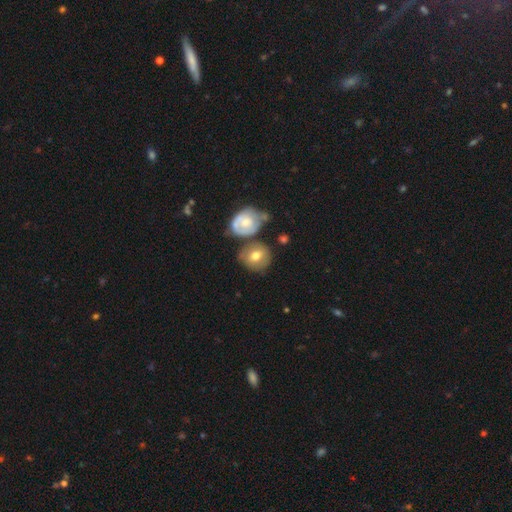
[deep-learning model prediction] Smooth or featured: smooth — 66% (featured or disk — 26%)
How rounded: round — 73% (in between — 26%)
Merging: none — 57% (minor disturbance — 18%)